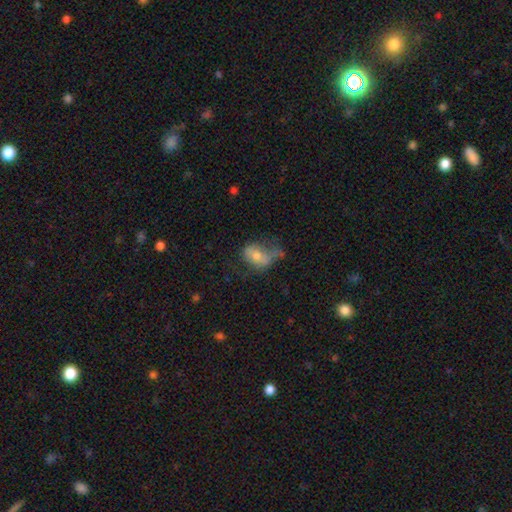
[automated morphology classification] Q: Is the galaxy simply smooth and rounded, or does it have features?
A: smooth — 52%.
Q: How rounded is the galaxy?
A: in between — 74%.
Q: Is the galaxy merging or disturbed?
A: none — 38%.